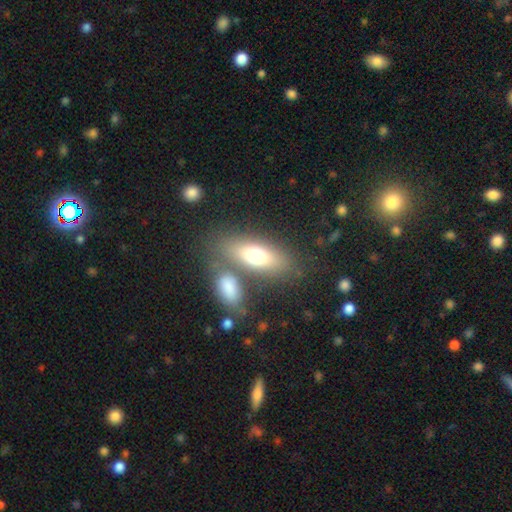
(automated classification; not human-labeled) Q: Smooth or featured?
A: smooth (69%); runner-up: featured or disk (22%)
Q: How rounded?
A: in between (77%); runner-up: cigar-shaped (18%)
Q: Merging?
A: none (63%); runner-up: merger (21%)